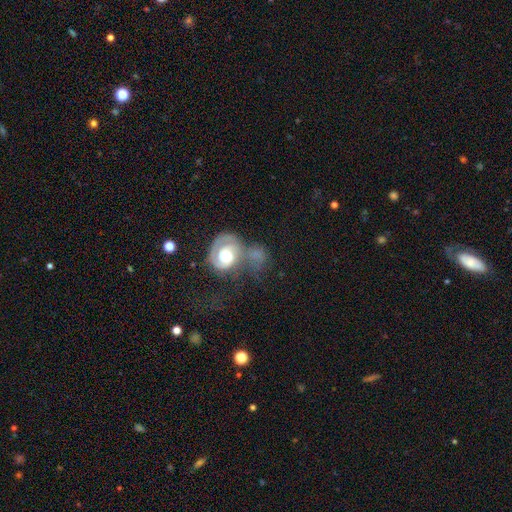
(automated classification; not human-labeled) smooth_or_featured: featured or disk (p=0.55) [alt: smooth p=0.37]
disk_edge_on: no (p=0.96) [alt: yes p=0.04]
bar: no (p=0.71) [alt: weak p=0.22]
has_spiral_arms: yes (p=0.71) [alt: no p=0.29]
bulge_size: moderate (p=0.58) [alt: large p=0.29]
merging: merger (p=0.34) [alt: none p=0.26]